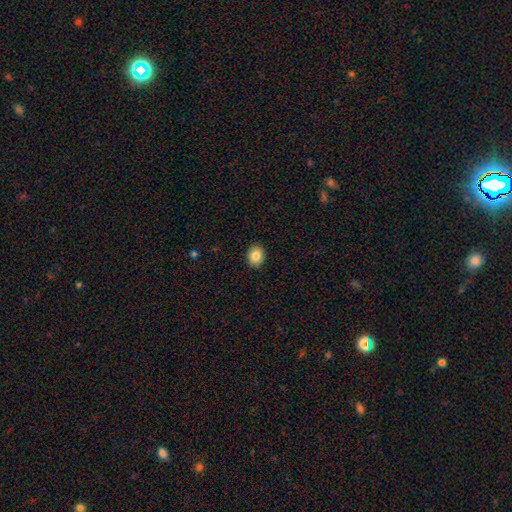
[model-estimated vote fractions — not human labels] Q: Smooth or featured?
A: smooth (84%); runner-up: star or artifact (9%)
Q: How rounded?
A: round (50%); runner-up: in between (49%)
Q: Merging?
A: none (91%); runner-up: minor disturbance (7%)